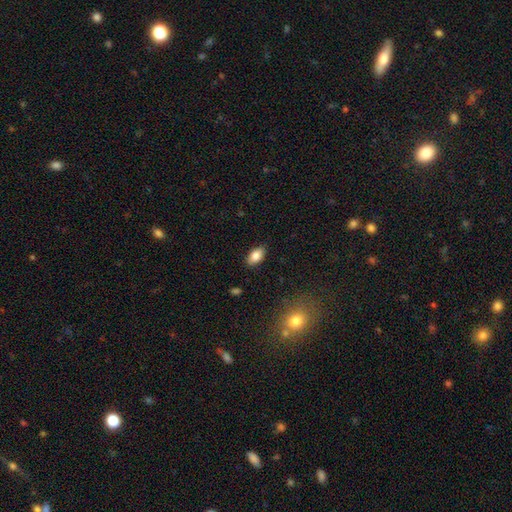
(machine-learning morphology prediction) The model was most divided on "smooth or featured": smooth: 84%, featured or disk: 9%, star or artifact: 8%. More confident: how rounded — in between (92%); merging — none (88%).